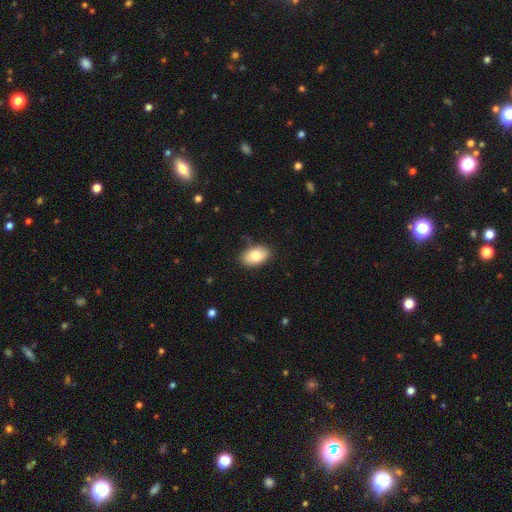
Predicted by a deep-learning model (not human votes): A smooth galaxy with no disk features (82%) that is in between round and cigar-shaped (92%).

Vote fractions:
- Smooth or featured? smooth: 82% / featured or disk: 11% / star or artifact: 7%
- How rounded? in between: 92% / round: 7% / cigar-shaped: 1%
- Merging? none: 85% / minor disturbance: 12% / major disturbance: 2% / merger: 1%